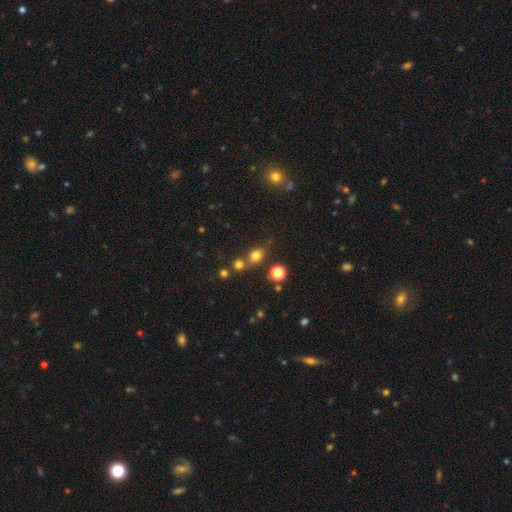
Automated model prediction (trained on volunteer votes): Smooth or featured?
  - smooth: 73% *
  - star or artifact: 18%
  - featured or disk: 8%
How rounded?
  - round: 69% *
  - in between: 29%
  - cigar-shaped: 2%
Merging?
  - none: 58% *
  - merger: 26%
  - minor disturbance: 11%
  - major disturbance: 5%